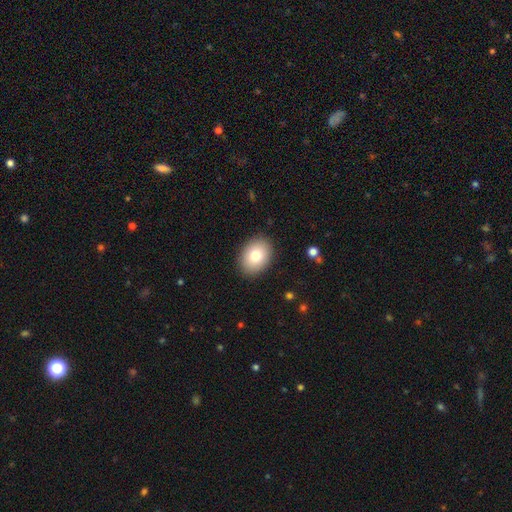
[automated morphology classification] A smooth galaxy with no disk features (79%) that is in between round and cigar-shaped (68%). Merging: none (89%).